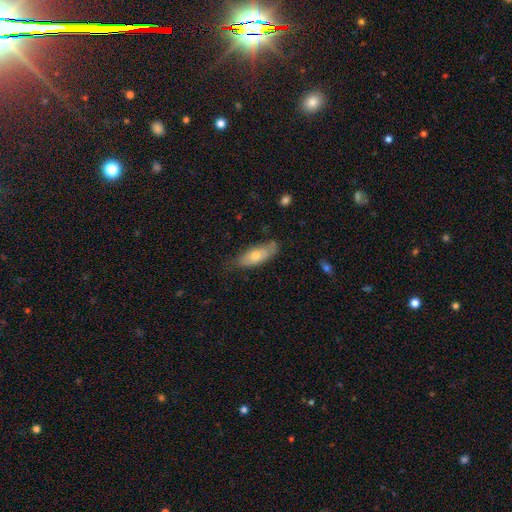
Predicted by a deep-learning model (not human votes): smooth-or-featured: smooth: 64% | featured or disk: 30% | star or artifact: 6%
  how-rounded: in between: 74% | cigar-shaped: 24% | round: 2%
  merging: none: 64% | minor disturbance: 28% | major disturbance: 6% | merger: 2%